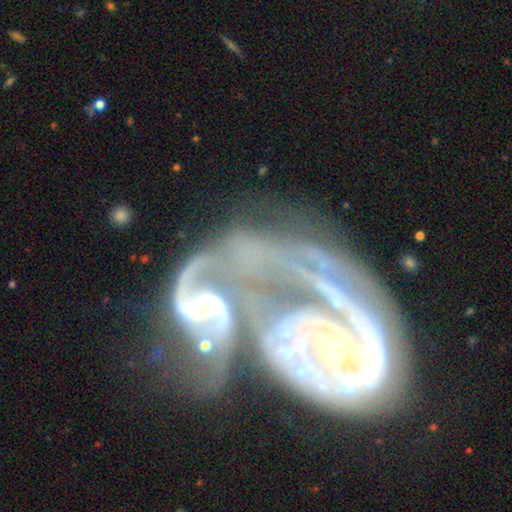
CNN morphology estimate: type=featured or disk (87%); edge-on=no (97%); bar=no (53%); spiral arms=yes (87%); winding=loose (39%); arm count=2 (59%); bulge=moderate (45%); merging=merger (79%).